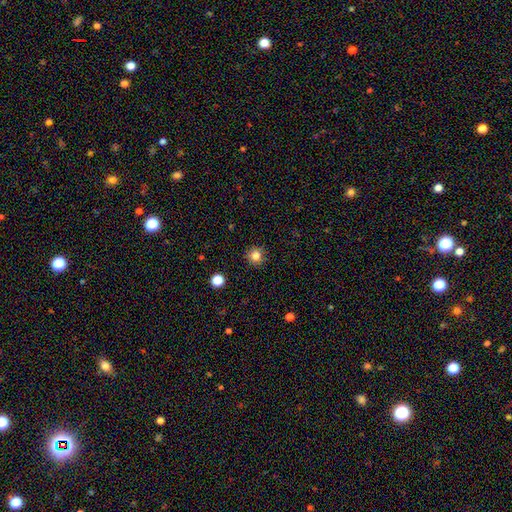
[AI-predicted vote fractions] A smooth galaxy with no disk features (82%) that is round (93%).

Vote fractions:
- Smooth or featured? smooth: 82% / star or artifact: 12% / featured or disk: 6%
- How rounded? round: 93% / in between: 6% / cigar-shaped: 1%
- Merging? none: 90% / minor disturbance: 7% / major disturbance: 2% / merger: 1%